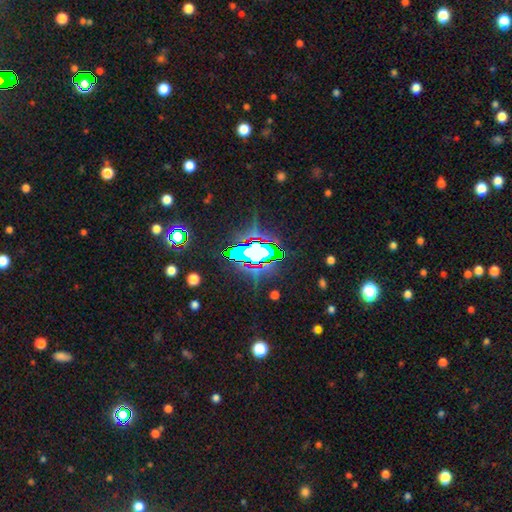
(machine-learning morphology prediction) This appears to be a star or artifact, not a galaxy (70%).